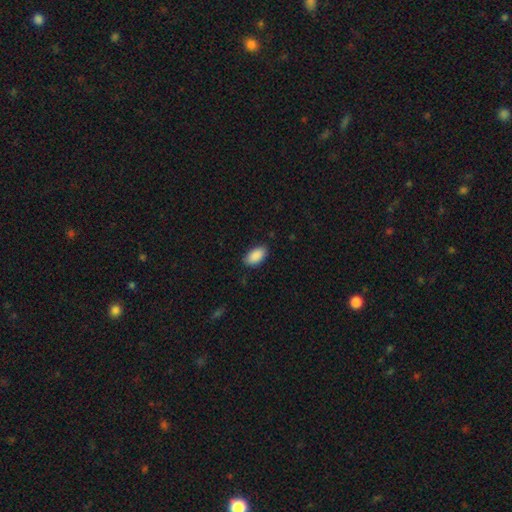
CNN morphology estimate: smooth_or_featured: smooth (p=0.91) [alt: star or artifact p=0.06]
how_rounded: in between (p=0.94) [alt: round p=0.03]
merging: none (p=0.85) [alt: minor disturbance p=0.12]